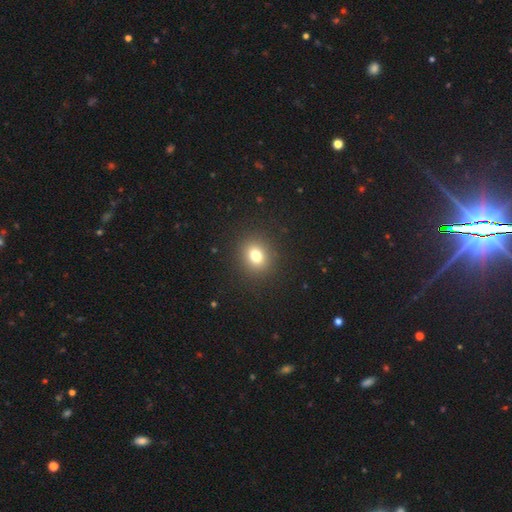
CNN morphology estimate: smooth 77%, star or artifact 14%, featured or disk 9%. Down the decision tree: how rounded — round (74%); merging — none (91%).